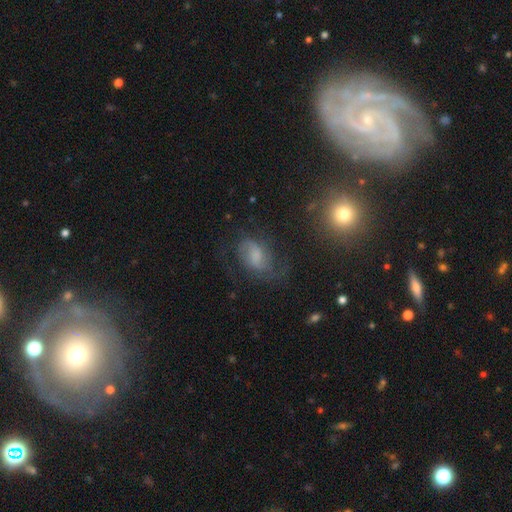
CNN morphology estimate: Smooth or featured?
  - featured or disk: 54% *
  - smooth: 33%
  - star or artifact: 13%
Edge-on disk?
  - no: 96% *
  - yes: 4%
Bar?
  - weak: 45% *
  - no: 43%
  - strong: 12%
Spiral arms?
  - yes: 83% *
  - no: 17%
Bulge size?
  - moderate: 30% *
  - none: 28%
  - small: 24%
  - large: 14%
  - dominant: 3%
Merging?
  - none: 56% *
  - minor disturbance: 23%
  - major disturbance: 19%
  - merger: 3%